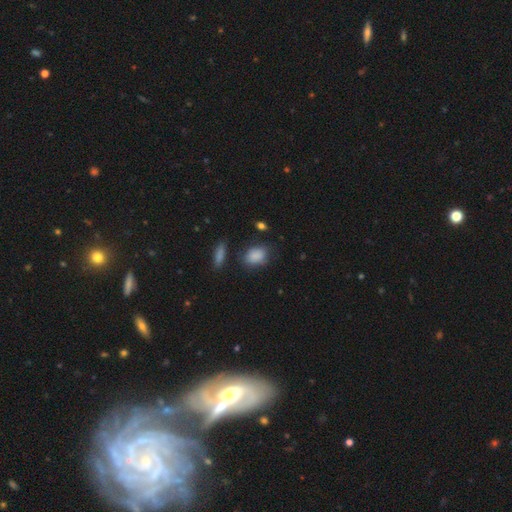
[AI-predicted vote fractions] Morphology: type=smooth (86%); roundness=in between (73%); merging=none (71%).